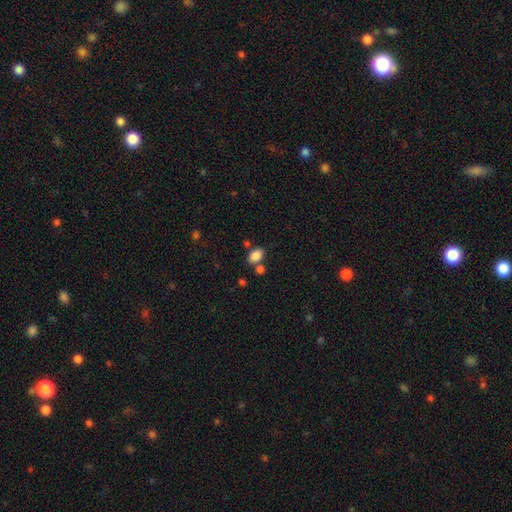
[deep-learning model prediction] The model was most divided on "merging": none: 66%, merger: 18%, minor disturbance: 12%, major disturbance: 4%. More confident: smooth or featured — smooth (86%); how rounded — in between (84%).